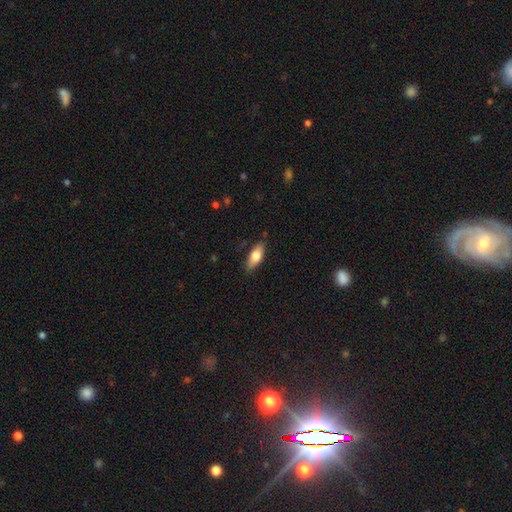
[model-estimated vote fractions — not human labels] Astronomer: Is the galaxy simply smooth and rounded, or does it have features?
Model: smooth — 71%.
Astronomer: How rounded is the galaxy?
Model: in between — 75%.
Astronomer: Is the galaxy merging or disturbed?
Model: none — 84%.